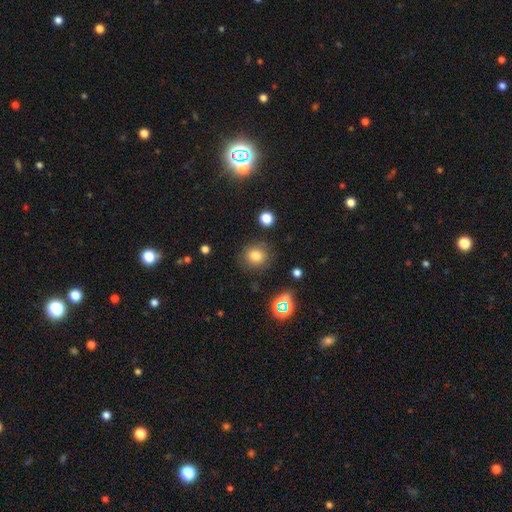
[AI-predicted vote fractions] smooth-or-featured: smooth: 78% | star or artifact: 15% | featured or disk: 7%
  how-rounded: round: 84% | in between: 15% | cigar-shaped: 1%
  merging: none: 84% | minor disturbance: 10% | major disturbance: 3% | merger: 3%